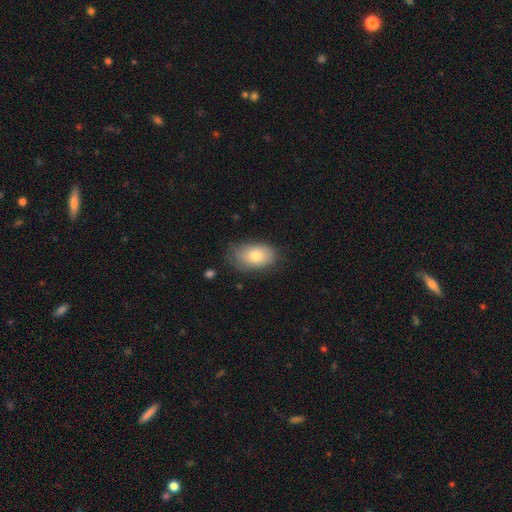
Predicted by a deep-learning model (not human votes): Smooth or featured?
  - smooth: 77% *
  - featured or disk: 16%
  - star or artifact: 7%
How rounded?
  - in between: 90% *
  - round: 8%
  - cigar-shaped: 1%
Merging?
  - none: 69% *
  - minor disturbance: 24%
  - major disturbance: 6%
  - merger: 1%